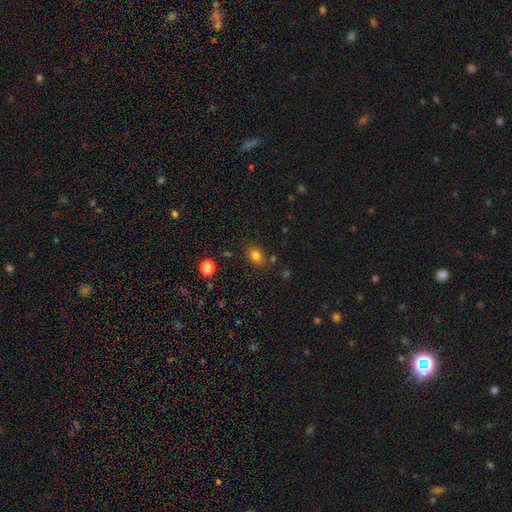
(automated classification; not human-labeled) A smooth galaxy with no disk features (80%) that is in between round and cigar-shaped (62%). Merging: none (79%).